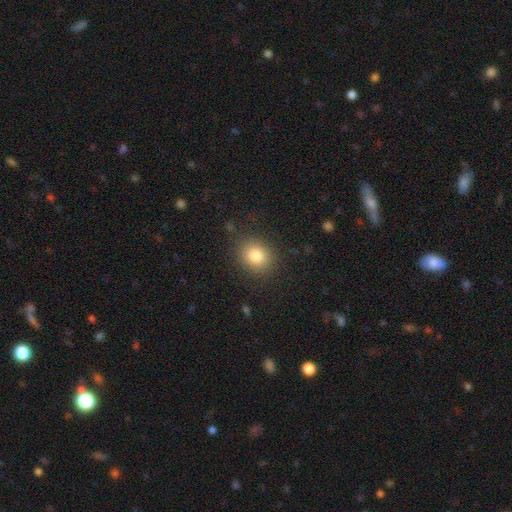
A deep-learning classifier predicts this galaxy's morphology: Q: Smooth or featured?
A: smooth (81%); runner-up: star or artifact (11%)
Q: How rounded?
A: round (61%); runner-up: in between (38%)
Q: Merging?
A: none (85%); runner-up: minor disturbance (10%)